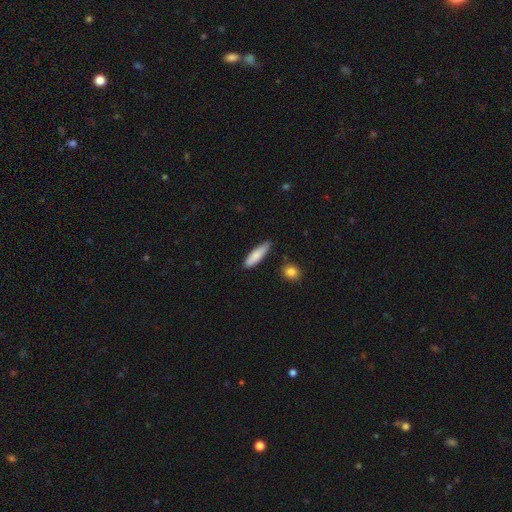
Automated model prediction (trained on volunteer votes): smooth_or_featured: smooth (p=0.85) [alt: featured or disk p=0.09]
how_rounded: cigar-shaped (p=0.64) [alt: in between p=0.34]
merging: none (p=0.80) [alt: minor disturbance p=0.15]